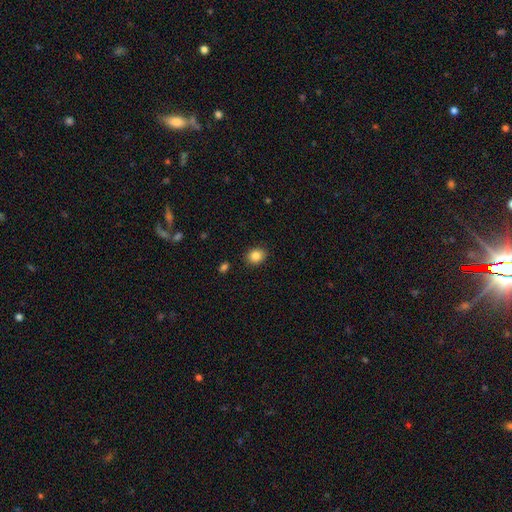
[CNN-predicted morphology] This appears to be a smooth galaxy with no disk features (85%) that is round (53%). Merging: none (88%).